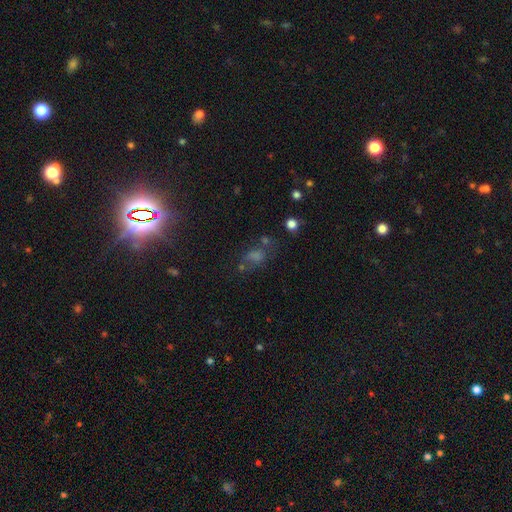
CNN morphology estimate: type=star or artifact (42%).